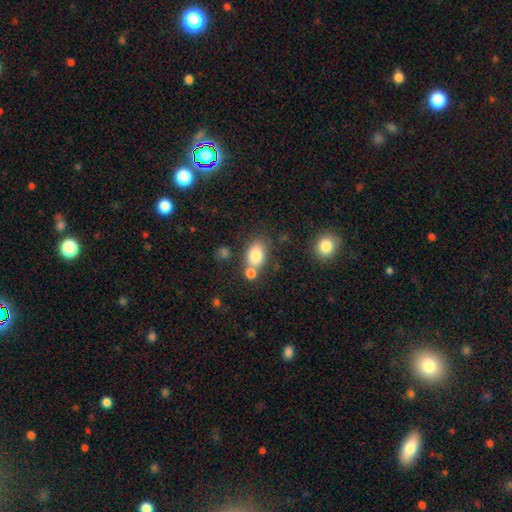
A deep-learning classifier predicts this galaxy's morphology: The model was most divided on "merging": none: 56%, merger: 26%, minor disturbance: 13%, major disturbance: 5%. More confident: smooth or featured — smooth (81%); how rounded — in between (81%).